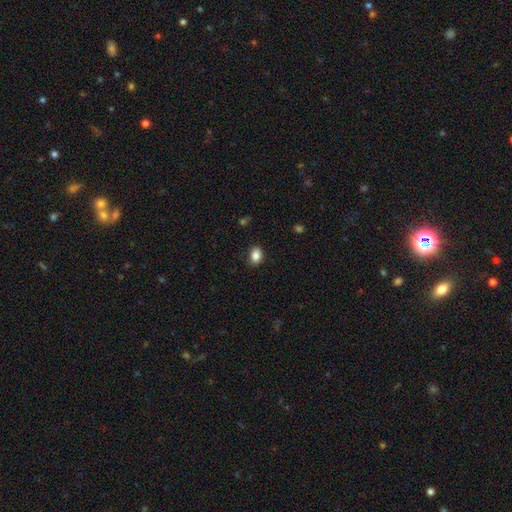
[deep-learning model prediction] Smooth or featured? Predicted: smooth (p=0.85). How rounded? Predicted: in between (p=0.69). Merging? Predicted: none (p=0.83).